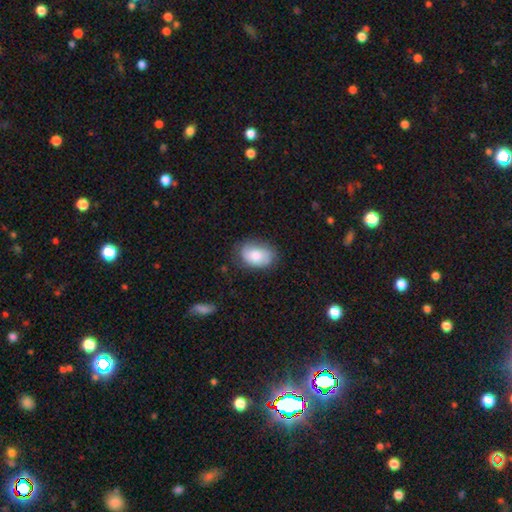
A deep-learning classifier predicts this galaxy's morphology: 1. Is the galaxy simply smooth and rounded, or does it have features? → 75% smooth, 18% featured or disk, 7% star or artifact.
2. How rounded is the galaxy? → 84% in between, 15% round, 1% cigar-shaped.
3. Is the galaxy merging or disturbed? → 68% none, 24% minor disturbance, 6% major disturbance, 1% merger.